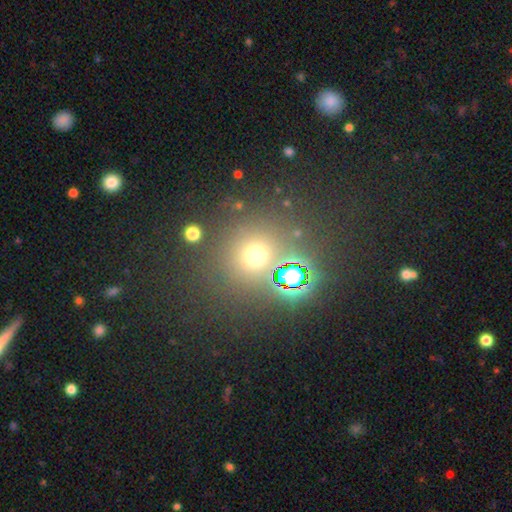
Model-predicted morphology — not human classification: This appears to be a smooth galaxy with no disk features (59%) that is round (89%). Merging: none (79%).